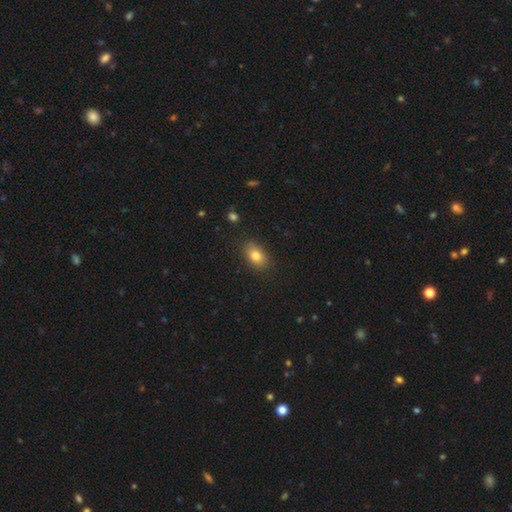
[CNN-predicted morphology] A smooth galaxy with no disk features (82%) that is in between round and cigar-shaped (82%).

Vote fractions:
- Smooth or featured? smooth: 82% / star or artifact: 9% / featured or disk: 9%
- How rounded? in between: 82% / round: 17% / cigar-shaped: 2%
- Merging? none: 84% / minor disturbance: 12% / major disturbance: 3% / merger: 1%